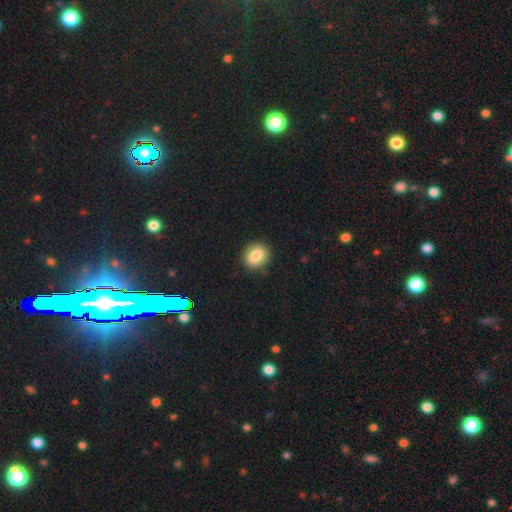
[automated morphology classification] A smooth galaxy with no disk features (83%) that is in between round and cigar-shaped (50%). Merging: none (86%).